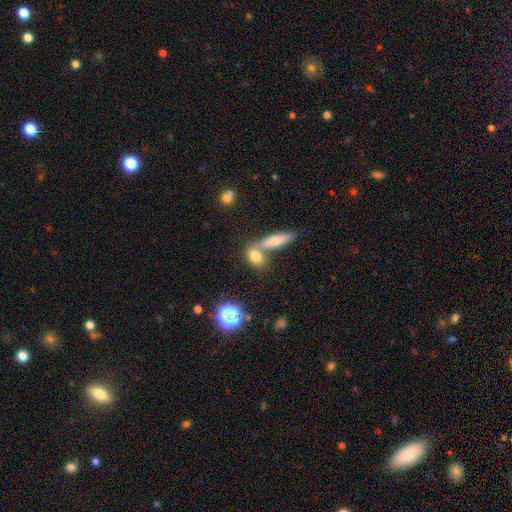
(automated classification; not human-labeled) Smooth or featured? smooth (73%)
How rounded? in between (53%)
Merging? none (48%)